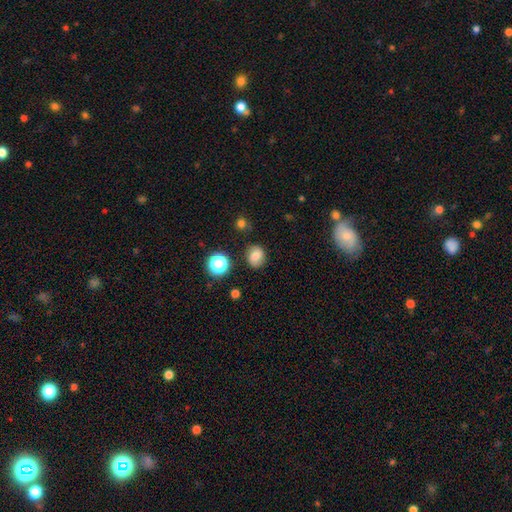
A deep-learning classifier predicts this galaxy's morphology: Smooth or featured?
  - smooth: 77% *
  - star or artifact: 13%
  - featured or disk: 10%
How rounded?
  - round: 63% *
  - in between: 36%
  - cigar-shaped: 1%
Merging?
  - none: 81% *
  - minor disturbance: 13%
  - major disturbance: 4%
  - merger: 3%